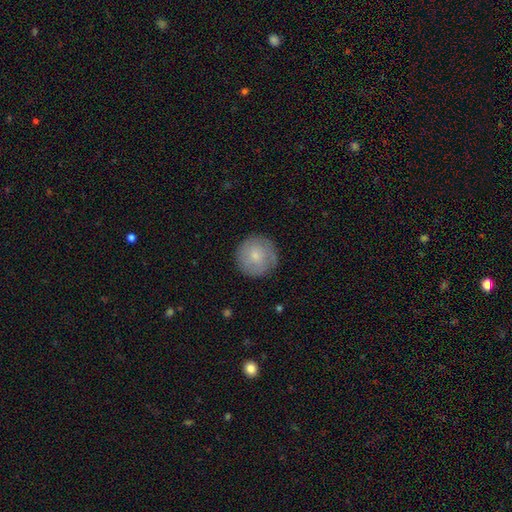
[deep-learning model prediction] Smooth or featured? Predicted: smooth (p=0.66). How rounded? Predicted: round (p=0.95). Merging? Predicted: none (p=0.85).